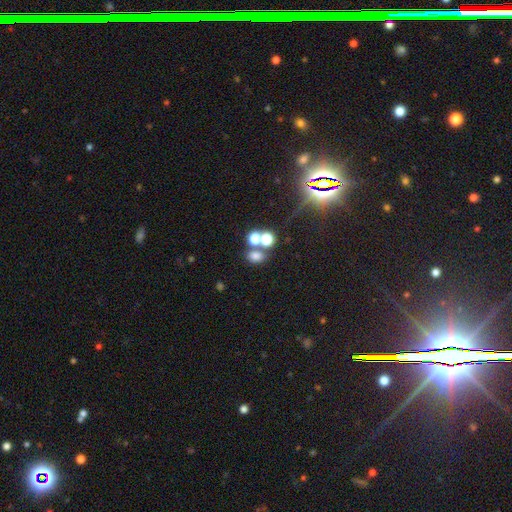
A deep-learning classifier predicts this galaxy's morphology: smooth-or-featured: smooth: 68% | star or artifact: 21% | featured or disk: 10%
  how-rounded: in between: 55% | round: 44% | cigar-shaped: 1%
  merging: none: 51% | merger: 35% | minor disturbance: 9% | major disturbance: 5%